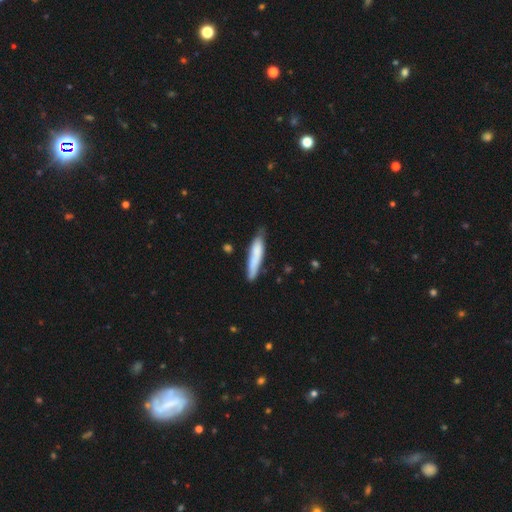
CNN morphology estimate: Overall: smooth (75%). How rounded: cigar-shaped (86%). Merging: none (66%; minor disturbance 26%).